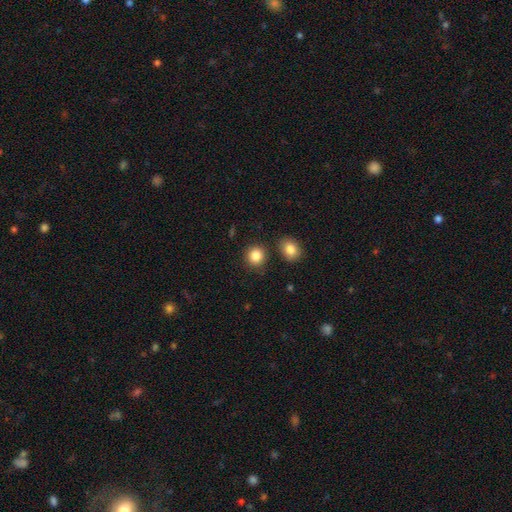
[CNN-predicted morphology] Smooth or featured? Predicted: smooth (p=0.86). How rounded? Predicted: round (p=0.87). Merging? Predicted: none (p=0.83).